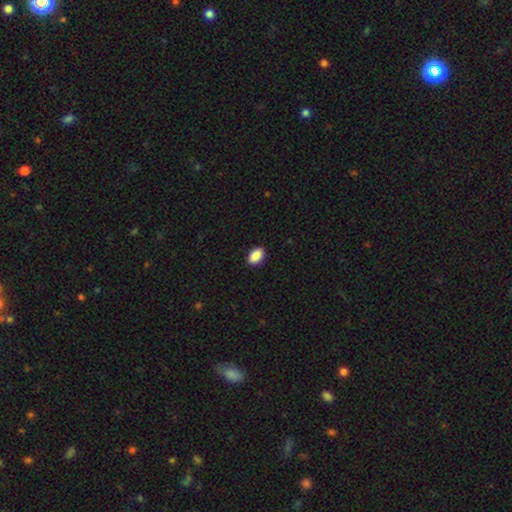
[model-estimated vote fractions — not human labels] Q: Smooth or featured?
A: smooth (90%); runner-up: star or artifact (7%)
Q: How rounded?
A: in between (91%); runner-up: round (7%)
Q: Merging?
A: none (90%); runner-up: minor disturbance (8%)